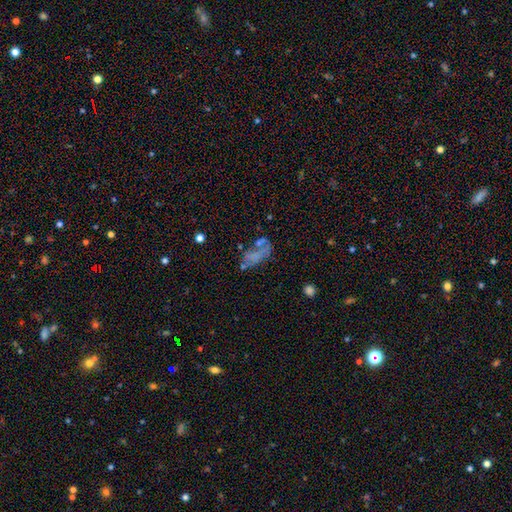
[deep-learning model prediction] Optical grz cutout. It shows a smooth galaxy with no disk features (45%). Merging: none (35%).